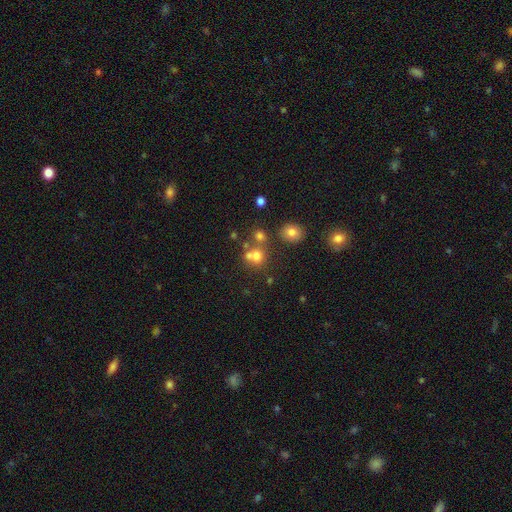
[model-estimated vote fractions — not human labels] Q: Smooth or featured?
A: smooth (68%); runner-up: star or artifact (18%)
Q: How rounded?
A: round (81%); runner-up: in between (18%)
Q: Merging?
A: none (48%); runner-up: merger (38%)